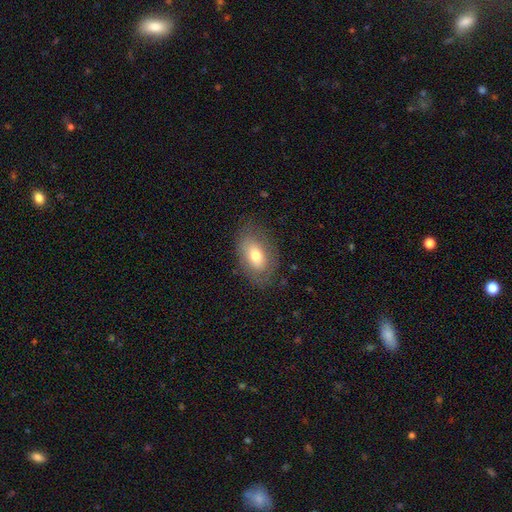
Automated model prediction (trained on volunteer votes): Morphology: type=smooth (67%); roundness=in between (89%); merging=none (77%).